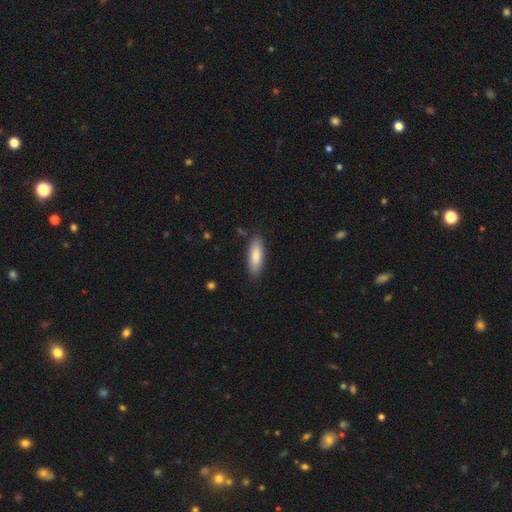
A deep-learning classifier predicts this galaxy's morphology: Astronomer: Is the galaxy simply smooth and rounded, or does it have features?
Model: smooth — 84%.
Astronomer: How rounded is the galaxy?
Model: in between — 62%.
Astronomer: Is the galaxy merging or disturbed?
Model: none — 86%.